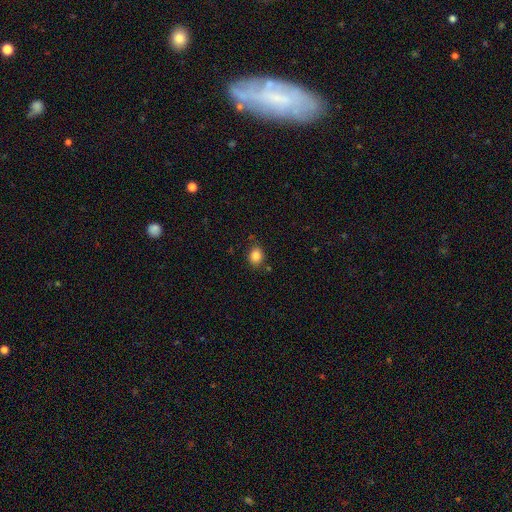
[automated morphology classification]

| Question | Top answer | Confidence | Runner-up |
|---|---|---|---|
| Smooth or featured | smooth | 86% | star or artifact (10%) |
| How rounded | in between | 55% | round (44%) |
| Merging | none | 80% | minor disturbance (13%) |